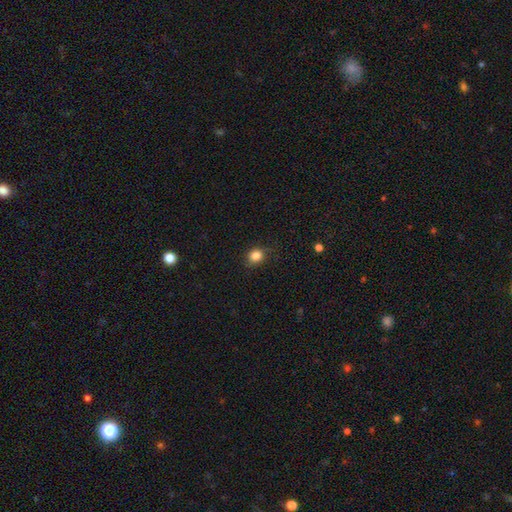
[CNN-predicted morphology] Smooth or featured: smooth — 84% (star or artifact — 12%)
How rounded: round — 74% (in between — 25%)
Merging: none — 81% (minor disturbance — 14%)